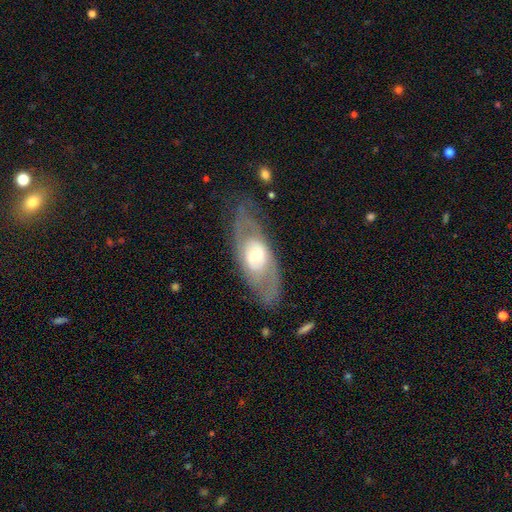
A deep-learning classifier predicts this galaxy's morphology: A featured or disk galaxy (65%) with no bar (69%), no spiral arms (54%) and a moderate central bulge (52%).

Vote fractions:
- Smooth or featured? featured or disk: 65% / smooth: 28% / star or artifact: 6%
- Edge-on disk? no: 83% / yes: 17%
- Bar? no: 69% / weak: 22% / strong: 9%
- Spiral arms? no: 54% / yes: 46%
- Bulge size? moderate: 52% / small: 34% / large: 11% / dominant: 2% / none: 1%
- Merging? none: 72% / minor disturbance: 16% / major disturbance: 11% / merger: 2%